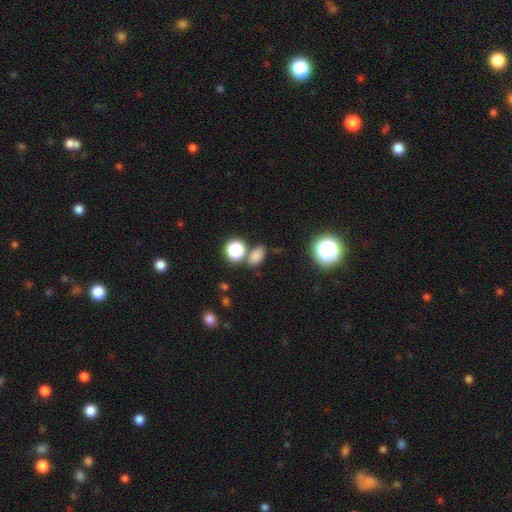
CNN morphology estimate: type=smooth (75%); roundness=in between (74%); merging=none (73%).